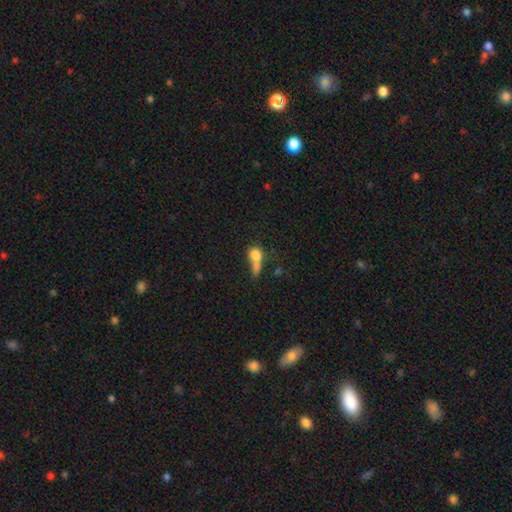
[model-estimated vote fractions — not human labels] Smooth or featured? Predicted: smooth (p=0.73). How rounded? Predicted: round (p=0.55). Merging? Predicted: merger (p=0.48).